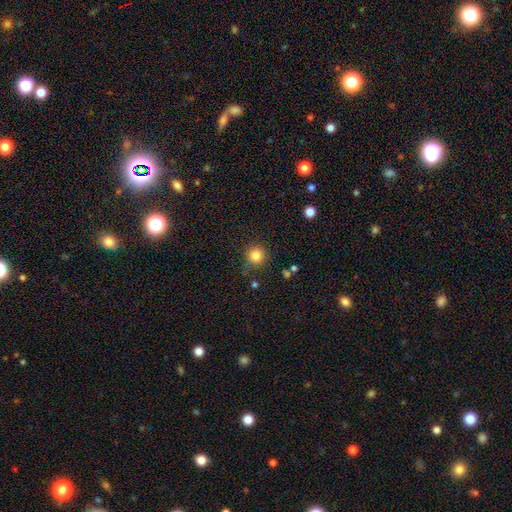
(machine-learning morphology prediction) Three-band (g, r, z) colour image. It shows a smooth galaxy with no disk features (83%) that is round (94%). Merging: none (85%).